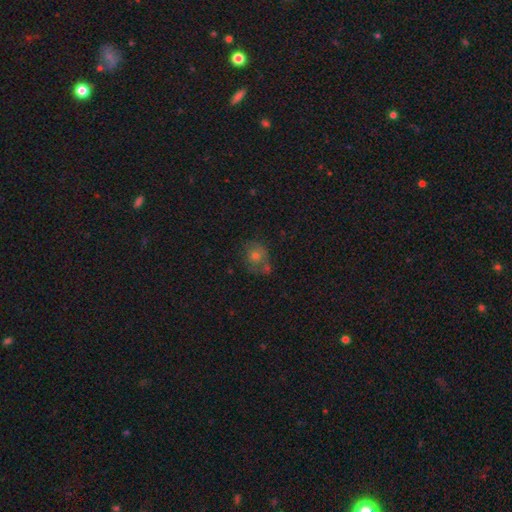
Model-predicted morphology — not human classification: Smooth or featured? Predicted: smooth (p=0.55). How rounded? Predicted: round (p=0.70). Merging? Predicted: none (p=0.53).